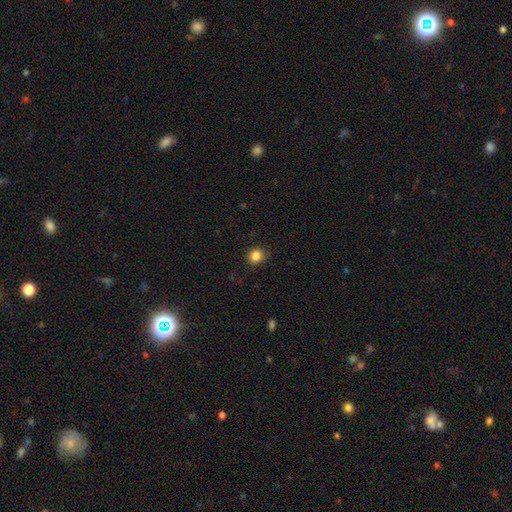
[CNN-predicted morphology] A smooth galaxy with no disk features (85%) that is round (80%).

Vote fractions:
- Smooth or featured? smooth: 85% / star or artifact: 11% / featured or disk: 4%
- How rounded? round: 80% / in between: 20% / cigar-shaped: 1%
- Merging? none: 88% / minor disturbance: 8% / major disturbance: 2% / merger: 1%